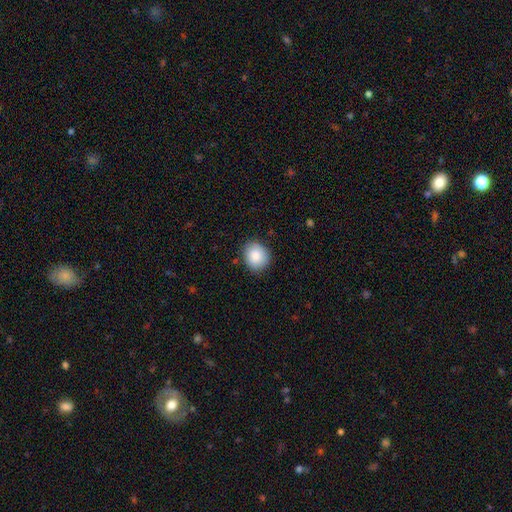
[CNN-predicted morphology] This appears to be a smooth galaxy with no disk features (86%) that is round (70%). Merging: none (85%).